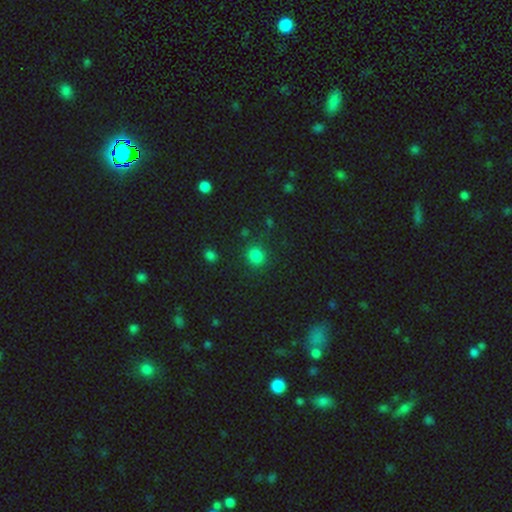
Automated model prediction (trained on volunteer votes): smooth-or-featured: smooth: 82% | star or artifact: 14% | featured or disk: 4%
  how-rounded: round: 83% | in between: 16% | cigar-shaped: 1%
  merging: none: 84% | minor disturbance: 9% | major disturbance: 4% | merger: 3%